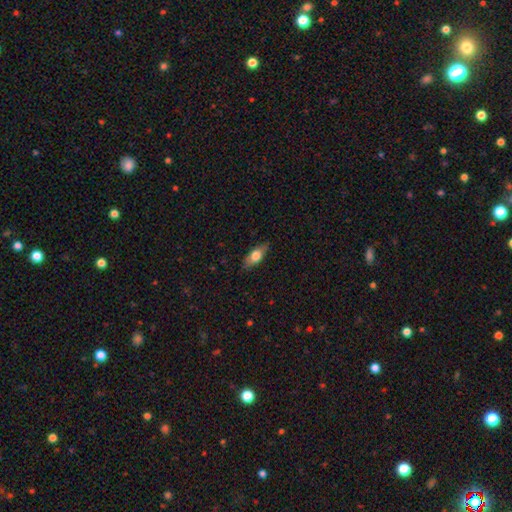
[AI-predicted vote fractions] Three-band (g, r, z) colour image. It shows a smooth galaxy with no disk features (66%) that is in between round and cigar-shaped (74%). Merging: none (84%).